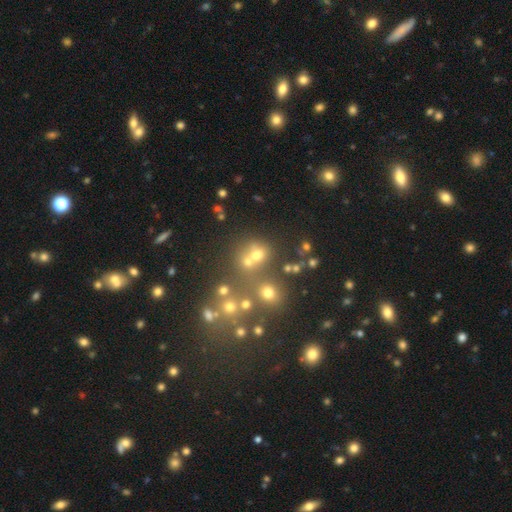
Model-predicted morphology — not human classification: Smooth or featured?
  - smooth: 51% *
  - star or artifact: 32%
  - featured or disk: 17%
How rounded?
  - round: 73% *
  - in between: 25%
  - cigar-shaped: 2%
Merging?
  - none: 55% *
  - merger: 28%
  - minor disturbance: 10%
  - major disturbance: 6%